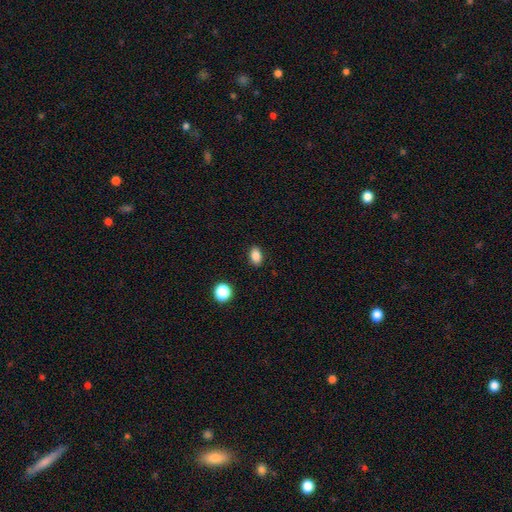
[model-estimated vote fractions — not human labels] smooth-or-featured: smooth: 85% | star or artifact: 10% | featured or disk: 5%
  how-rounded: in between: 81% | round: 18% | cigar-shaped: 2%
  merging: none: 88% | minor disturbance: 8% | major disturbance: 2% | merger: 1%